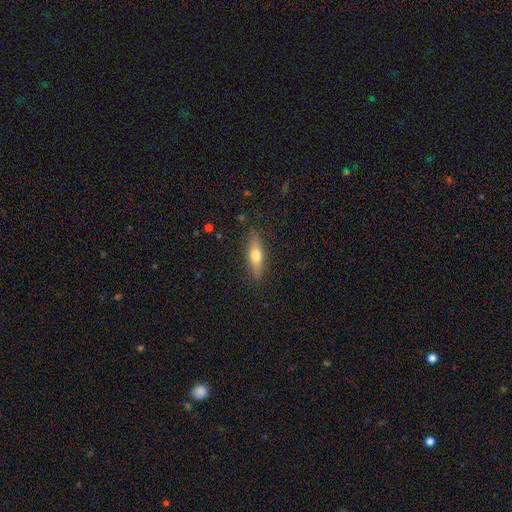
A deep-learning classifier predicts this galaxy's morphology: type=smooth (60%); roundness=cigar-shaped (50%); merging=none (86%).